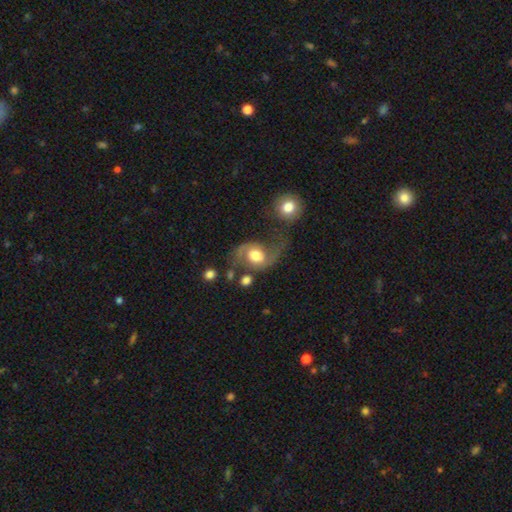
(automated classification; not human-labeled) Smooth or featured?
  - featured or disk: 73% *
  - smooth: 20%
  - star or artifact: 7%
Edge-on disk?
  - no: 97% *
  - yes: 3%
Bar?
  - no: 59% *
  - weak: 34%
  - strong: 8%
Spiral arms?
  - yes: 90% *
  - no: 10%
Spiral winding?
  - loose: 56% *
  - medium: 36%
  - tight: 8%
Spiral arm count?
  - 2: 90% *
  - 1: 4%
  - can't tell: 3%
  - 3: 1%
  - 4: 1%
  - more than 4: 1%
Bulge size?
  - moderate: 45% *
  - large: 44%
  - small: 5%
  - dominant: 5%
  - none: 2%
Merging?
  - none: 46% *
  - major disturbance: 21%
  - minor disturbance: 20%
  - merger: 12%